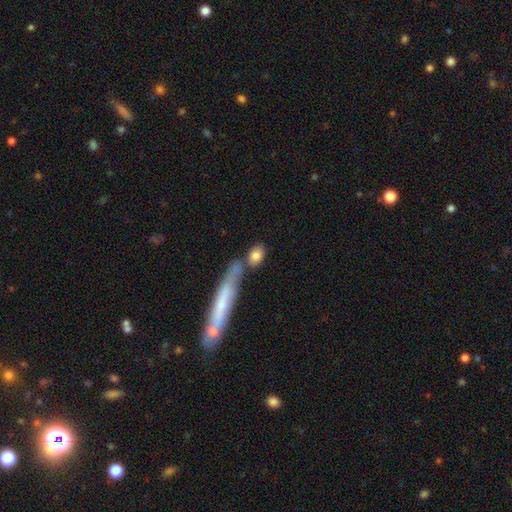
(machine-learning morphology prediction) Smooth or featured? Predicted: smooth (p=0.80). How rounded? Predicted: in between (p=0.65). Merging? Predicted: none (p=0.58).